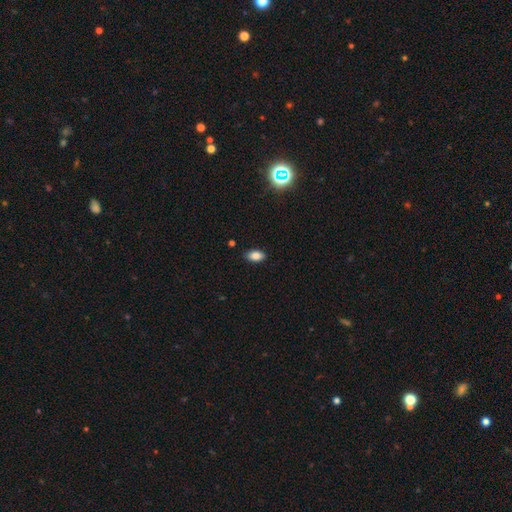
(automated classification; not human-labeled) This is clearly a smooth galaxy (84%). How rounded: clearly in between (91%). Merging: clearly none (87%).